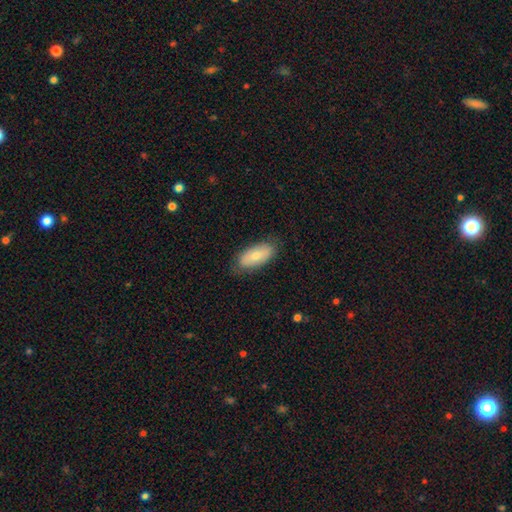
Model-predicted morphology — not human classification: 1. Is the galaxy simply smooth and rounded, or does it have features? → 70% smooth, 24% featured or disk, 6% star or artifact.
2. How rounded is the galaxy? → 91% in between, 6% cigar-shaped, 3% round.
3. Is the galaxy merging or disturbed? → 80% none, 15% minor disturbance, 3% major disturbance, 1% merger.